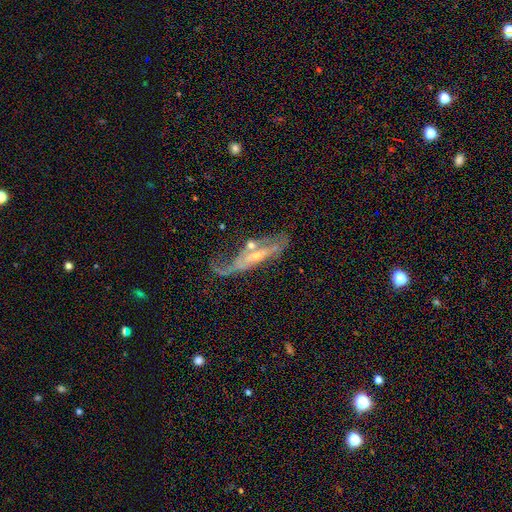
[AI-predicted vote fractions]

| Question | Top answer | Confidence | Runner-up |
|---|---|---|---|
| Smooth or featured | featured or disk | 75% | smooth (17%) |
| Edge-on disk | no | 67% | yes (33%) |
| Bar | no | 48% | weak (32%) |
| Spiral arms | yes | 73% | no (27%) |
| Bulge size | small | 62% | moderate (31%) |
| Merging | none | 35% | major disturbance (28%) |